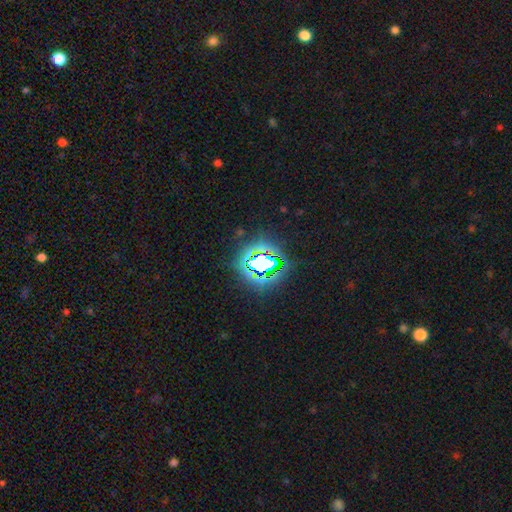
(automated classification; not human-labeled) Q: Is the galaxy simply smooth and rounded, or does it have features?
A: star or artifact — 80%.